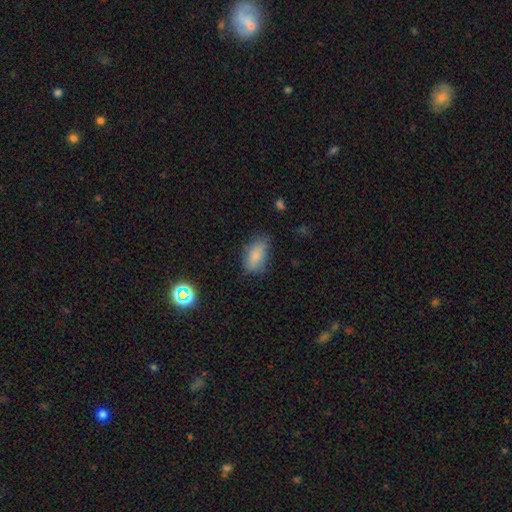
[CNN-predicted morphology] type=smooth (83%); roundness=in between (90%); merging=none (71%).